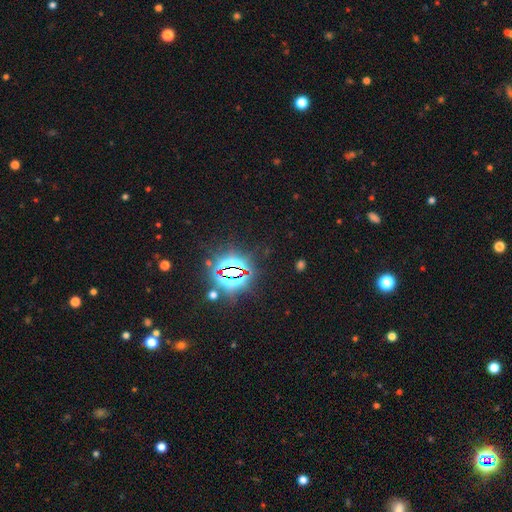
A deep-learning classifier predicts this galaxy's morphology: Smooth or featured?
  - star or artifact: 85% *
  - smooth: 8%
  - featured or disk: 7%